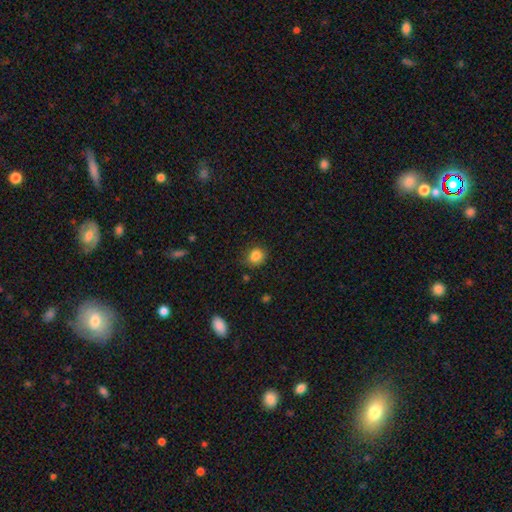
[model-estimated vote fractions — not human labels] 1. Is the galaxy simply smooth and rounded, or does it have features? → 84% smooth, 11% star or artifact, 5% featured or disk.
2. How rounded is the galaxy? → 73% round, 27% in between, 1% cigar-shaped.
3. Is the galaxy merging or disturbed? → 76% none, 18% minor disturbance, 4% major disturbance, 2% merger.